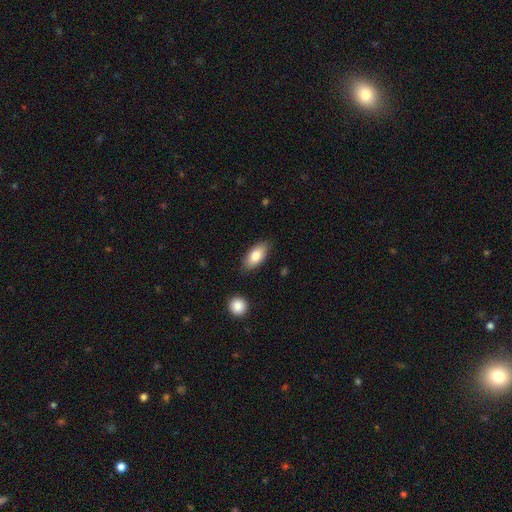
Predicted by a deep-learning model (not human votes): A smooth galaxy with no disk features (81%) that is in between round and cigar-shaped (89%). Merging: none (84%).